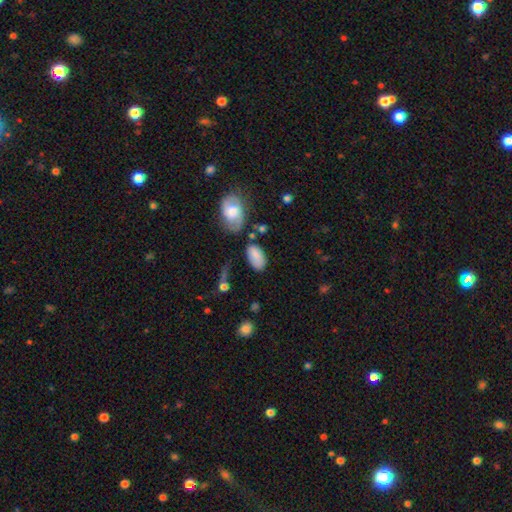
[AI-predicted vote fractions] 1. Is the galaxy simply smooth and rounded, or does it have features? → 81% smooth, 11% featured or disk, 7% star or artifact.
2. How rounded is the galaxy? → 94% in between, 4% round, 2% cigar-shaped.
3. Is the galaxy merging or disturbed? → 67% none, 20% minor disturbance, 7% major disturbance, 7% merger.